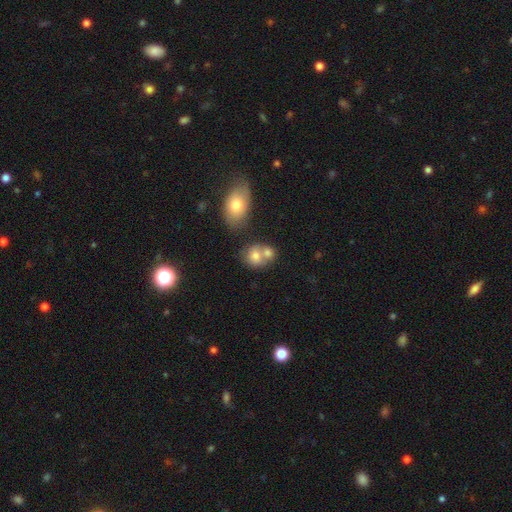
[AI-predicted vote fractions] Q: Smooth or featured?
A: smooth (74%); runner-up: featured or disk (16%)
Q: How rounded?
A: round (62%); runner-up: in between (36%)
Q: Merging?
A: merger (53%); runner-up: none (34%)